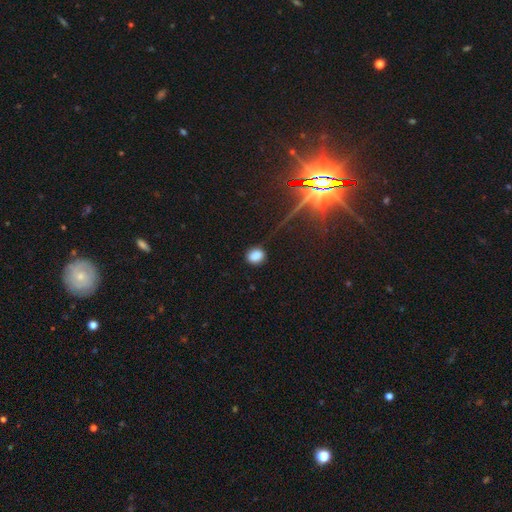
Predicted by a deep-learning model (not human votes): smooth 84%, star or artifact 12%, featured or disk 5%. Down the decision tree: how rounded — round (58%); merging — none (85%).